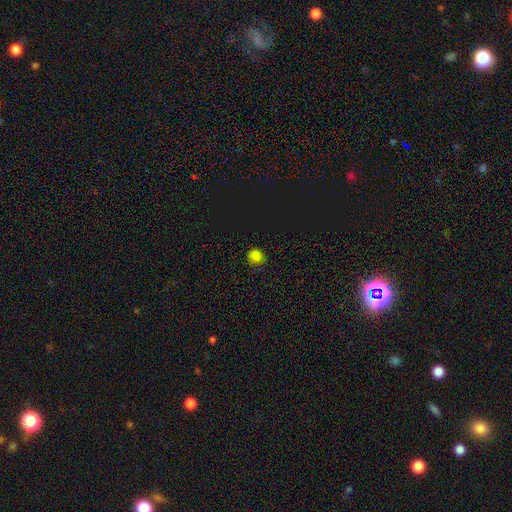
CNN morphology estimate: A smooth galaxy with no disk features (70%) that is round (75%). Merging: none (75%).